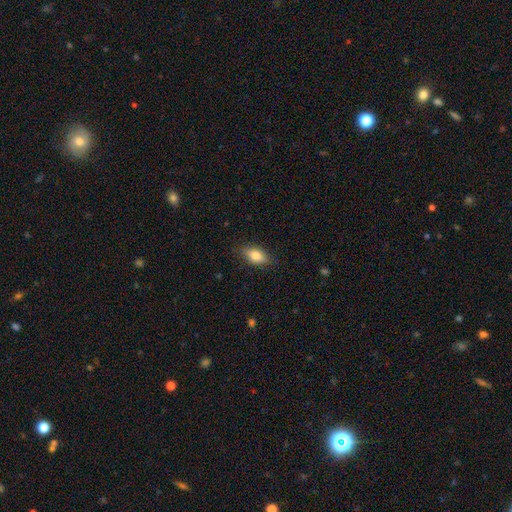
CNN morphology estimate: Smooth or featured?
  - smooth: 77% *
  - featured or disk: 16%
  - star or artifact: 8%
How rounded?
  - in between: 84% *
  - cigar-shaped: 9%
  - round: 7%
Merging?
  - none: 83% *
  - minor disturbance: 13%
  - major disturbance: 3%
  - merger: 1%